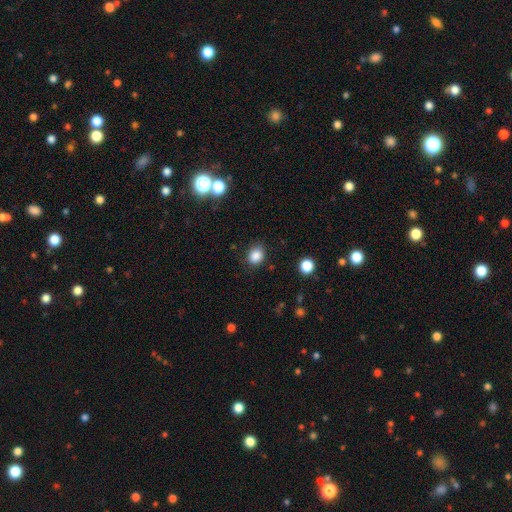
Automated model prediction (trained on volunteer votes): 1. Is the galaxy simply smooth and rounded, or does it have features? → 85% smooth, 11% star or artifact, 4% featured or disk.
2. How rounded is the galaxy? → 64% round, 35% in between, 1% cigar-shaped.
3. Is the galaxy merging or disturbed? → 82% none, 13% minor disturbance, 4% major disturbance, 2% merger.